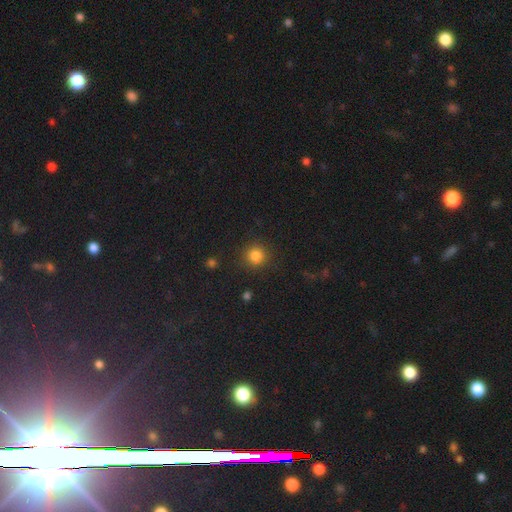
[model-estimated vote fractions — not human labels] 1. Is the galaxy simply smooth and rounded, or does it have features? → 82% smooth, 13% star or artifact, 5% featured or disk.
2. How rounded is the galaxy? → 91% round, 8% in between, 1% cigar-shaped.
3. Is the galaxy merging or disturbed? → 86% none, 8% minor disturbance, 3% major disturbance, 2% merger.